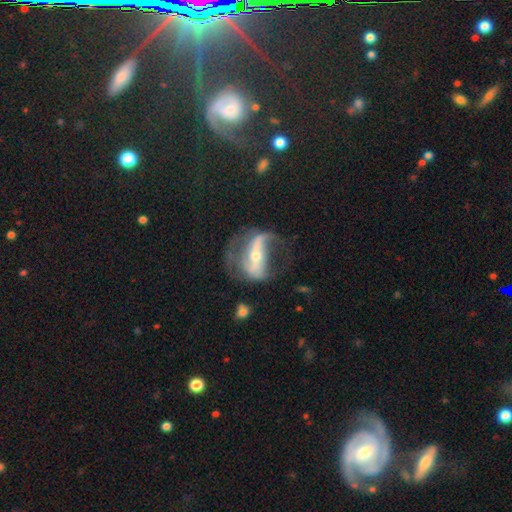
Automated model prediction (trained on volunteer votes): The model was most divided on "bulge size": small: 51%, moderate: 44%, large: 3%, none: 2%, dominant: 1%. Remaining: edge-on disk — no (92%); spiral arms — yes (86%); smooth or featured — featured or disk (82%); spiral arm count — 2 (78%); bar — strong (57%); spiral winding — loose (54%); merging — none (46%).